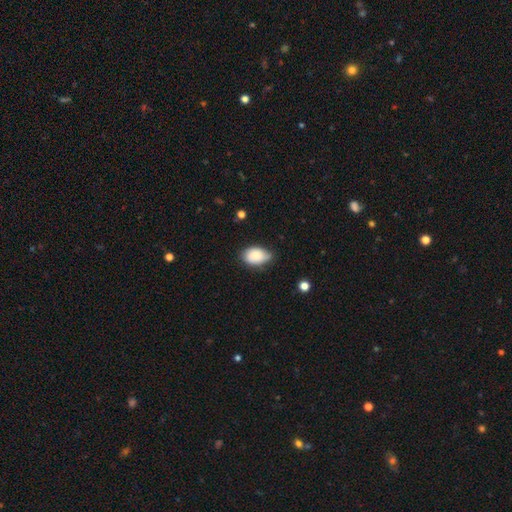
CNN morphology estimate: type=smooth (84%); roundness=in between (88%); merging=none (57%).